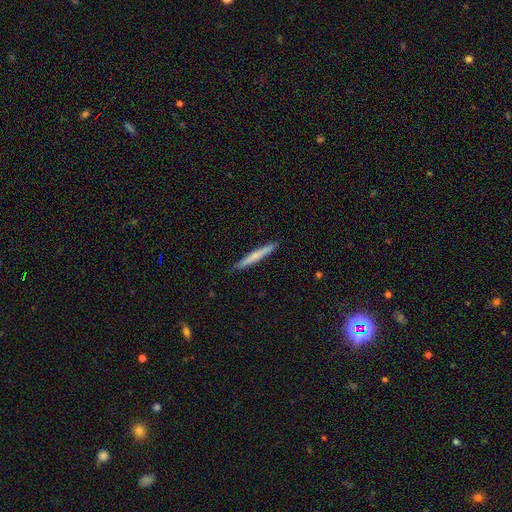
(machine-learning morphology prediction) Smooth or featured? smooth (62%)
How rounded? cigar-shaped (97%)
Merging? none (91%)